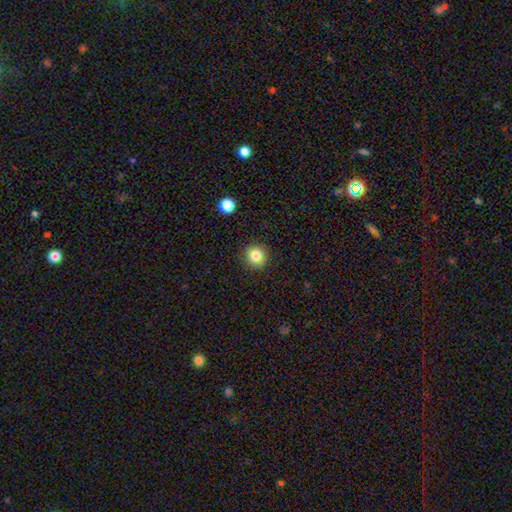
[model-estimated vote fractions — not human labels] Smooth or featured?
  - smooth: 84% *
  - star or artifact: 11%
  - featured or disk: 6%
How rounded?
  - round: 90% *
  - in between: 9%
  - cigar-shaped: 1%
Merging?
  - none: 90% *
  - minor disturbance: 6%
  - major disturbance: 2%
  - merger: 1%